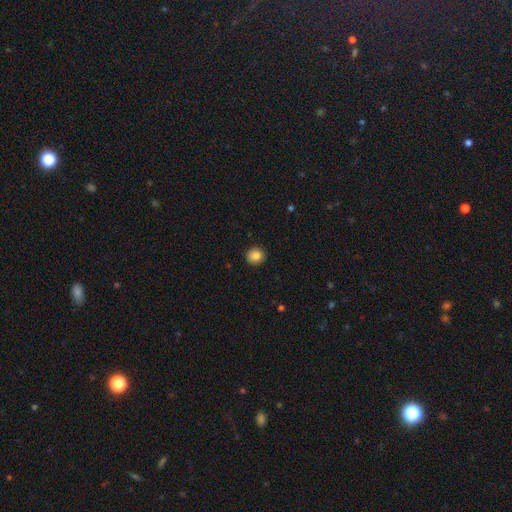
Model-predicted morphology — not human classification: A smooth galaxy with no disk features (85%) that is round (91%). Merging: none (92%).